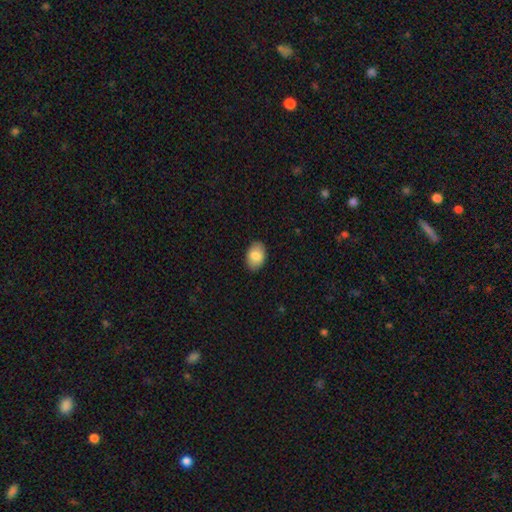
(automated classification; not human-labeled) Overall: smooth (82%). How rounded: in between (87%). Merging: none (88%).